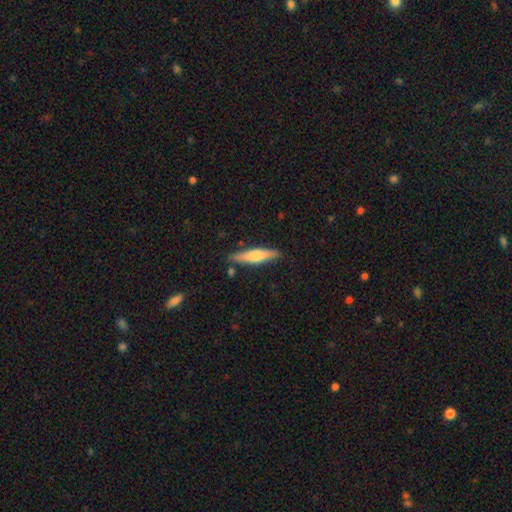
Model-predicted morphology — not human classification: A smooth galaxy with no disk features (61%) that is cigar-shaped (80%).

Vote fractions:
- Smooth or featured? smooth: 61% / featured or disk: 33% / star or artifact: 6%
- How rounded? cigar-shaped: 80% / in between: 19% / round: 2%
- Merging? none: 84% / minor disturbance: 11% / merger: 3% / major disturbance: 2%